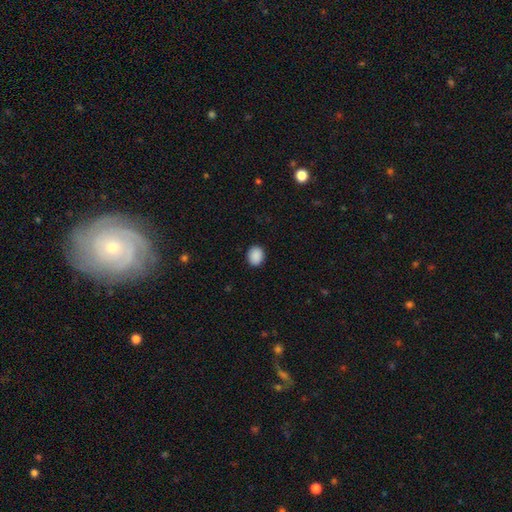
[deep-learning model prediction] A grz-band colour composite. It shows a smooth galaxy with no disk features (90%) that is round (59%). Merging: none (90%).